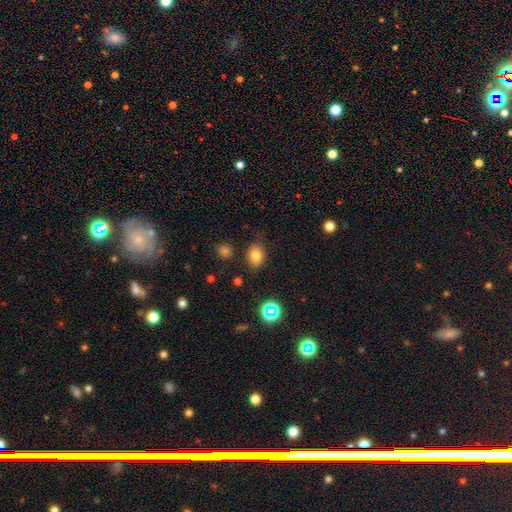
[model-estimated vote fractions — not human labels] smooth-or-featured: smooth: 77% | star or artifact: 14% | featured or disk: 9%
  how-rounded: in between: 60% | round: 39% | cigar-shaped: 1%
  merging: none: 78% | minor disturbance: 15% | major disturbance: 4% | merger: 3%